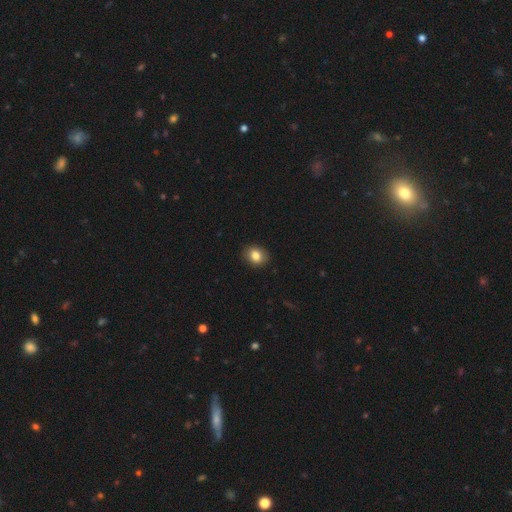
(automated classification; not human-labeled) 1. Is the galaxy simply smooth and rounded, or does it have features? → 83% smooth, 10% star or artifact, 8% featured or disk.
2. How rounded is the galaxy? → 52% round, 47% in between, 1% cigar-shaped.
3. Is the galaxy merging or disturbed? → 89% none, 8% minor disturbance, 2% major disturbance, 1% merger.